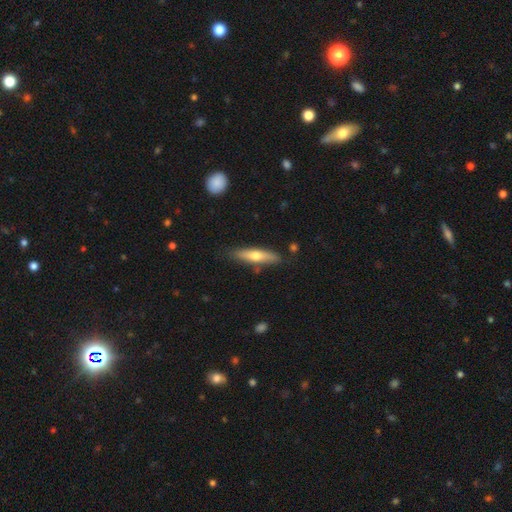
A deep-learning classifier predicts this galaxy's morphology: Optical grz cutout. It shows a smooth galaxy with no disk features (53%) that is cigar-shaped (78%). Merging: none (82%).